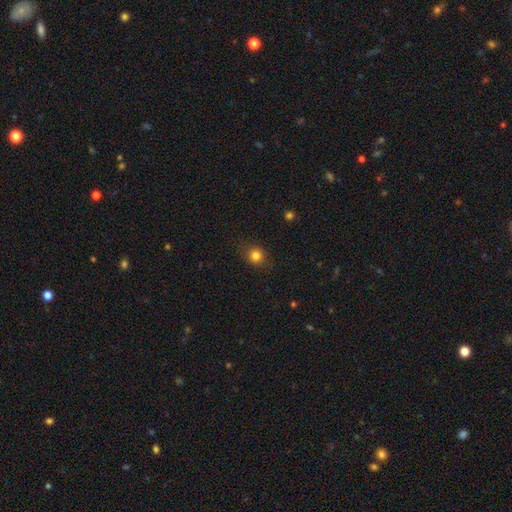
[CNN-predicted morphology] smooth-or-featured: smooth: 81% | star or artifact: 13% | featured or disk: 7%
  how-rounded: round: 78% | in between: 21% | cigar-shaped: 1%
  merging: none: 83% | minor disturbance: 12% | major disturbance: 4% | merger: 1%